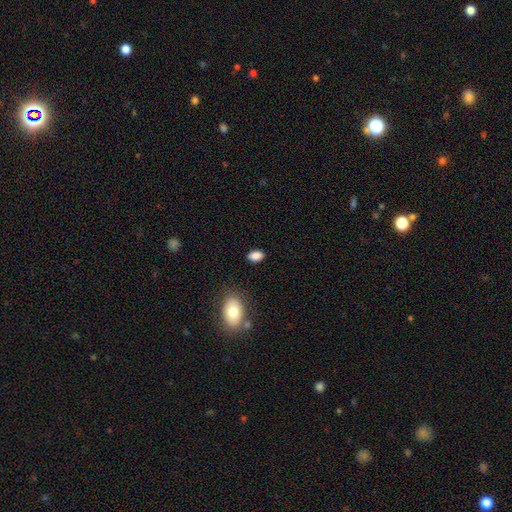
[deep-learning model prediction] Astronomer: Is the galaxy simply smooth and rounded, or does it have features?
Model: smooth — 87%.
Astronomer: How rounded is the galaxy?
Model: in between — 88%.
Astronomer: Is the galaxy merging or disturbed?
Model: none — 84%.